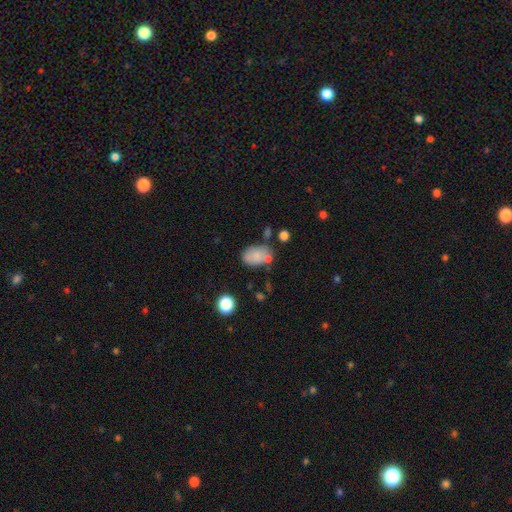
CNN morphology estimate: This appears to be a smooth galaxy with no disk features (78%) that is in between round and cigar-shaped (86%). Merging: none (53%).